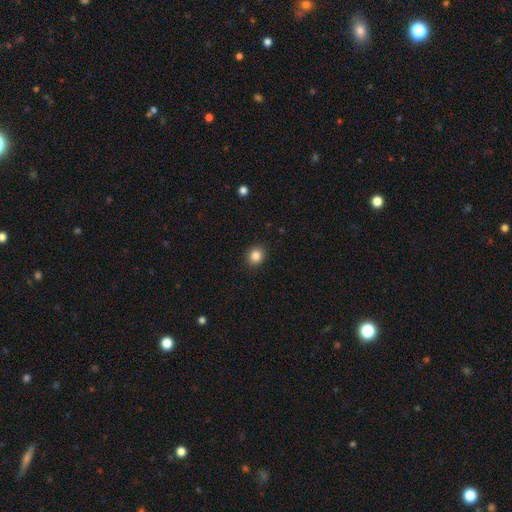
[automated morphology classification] Smooth or featured?
  - smooth: 85% *
  - star or artifact: 10%
  - featured or disk: 5%
How rounded?
  - round: 78% *
  - in between: 22%
  - cigar-shaped: 1%
Merging?
  - none: 91% *
  - minor disturbance: 6%
  - major disturbance: 2%
  - merger: 1%